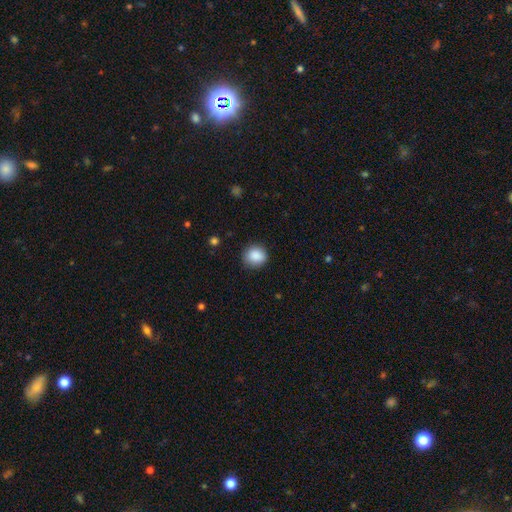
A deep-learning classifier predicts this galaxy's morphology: A smooth galaxy with no disk features (88%) that is round (83%).

Vote fractions:
- Smooth or featured? smooth: 88% / star or artifact: 8% / featured or disk: 4%
- How rounded? round: 83% / in between: 16% / cigar-shaped: 1%
- Merging? none: 84% / minor disturbance: 12% / major disturbance: 3% / merger: 1%